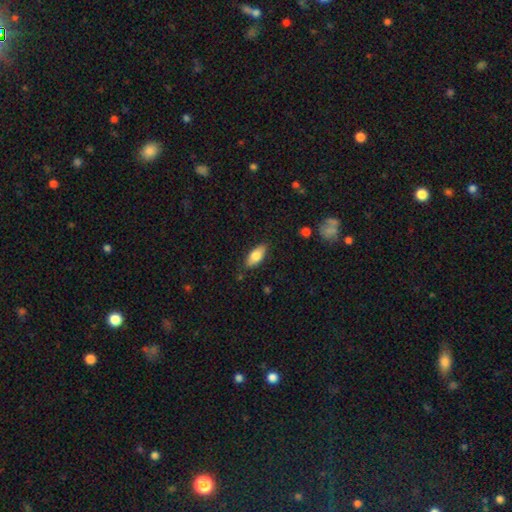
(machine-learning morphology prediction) Q: Smooth or featured?
A: smooth (76%); runner-up: featured or disk (17%)
Q: How rounded?
A: in between (86%); runner-up: cigar-shaped (12%)
Q: Merging?
A: none (85%); runner-up: minor disturbance (12%)